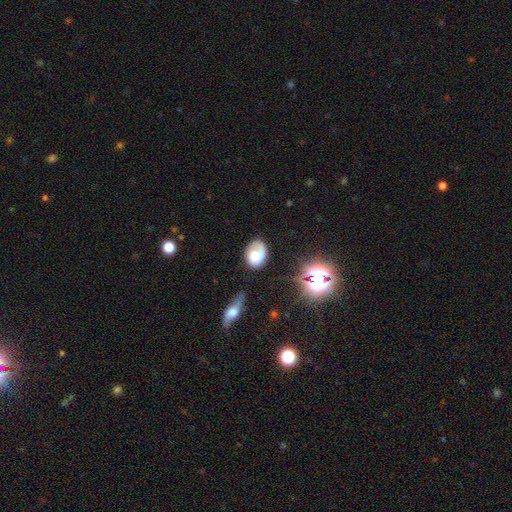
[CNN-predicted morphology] A smooth galaxy with no disk features (48%). Merging: none (52%).